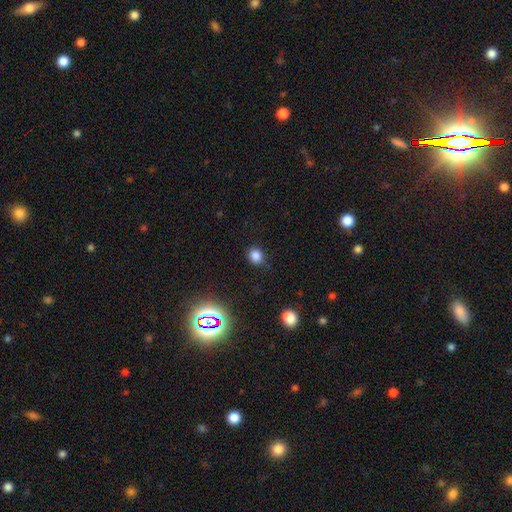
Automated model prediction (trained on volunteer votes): Q: Smooth or featured?
A: smooth (81%); runner-up: star or artifact (15%)
Q: How rounded?
A: round (69%); runner-up: in between (30%)
Q: Merging?
A: none (77%); runner-up: minor disturbance (17%)